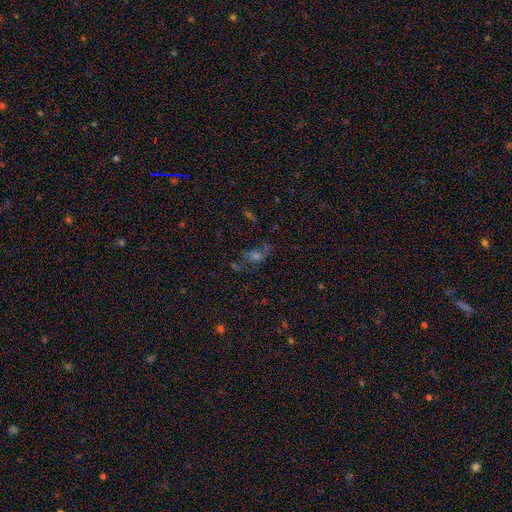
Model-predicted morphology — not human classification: This is marginally a star or artifact rather than a galaxy (40%).